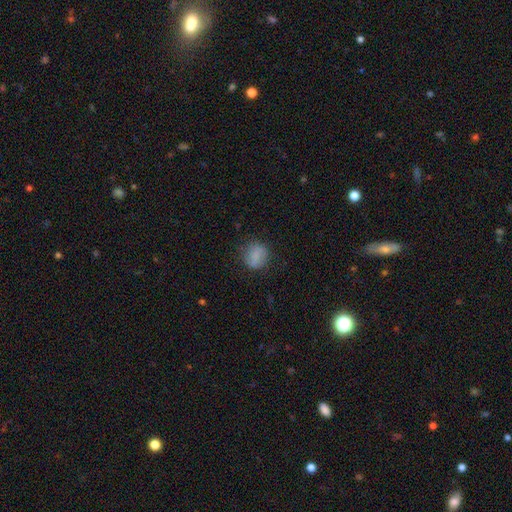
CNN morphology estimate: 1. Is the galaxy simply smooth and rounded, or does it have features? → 80% smooth, 11% featured or disk, 9% star or artifact.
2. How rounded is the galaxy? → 72% round, 27% in between, 1% cigar-shaped.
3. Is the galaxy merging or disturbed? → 76% none, 17% minor disturbance, 6% major disturbance, 1% merger.